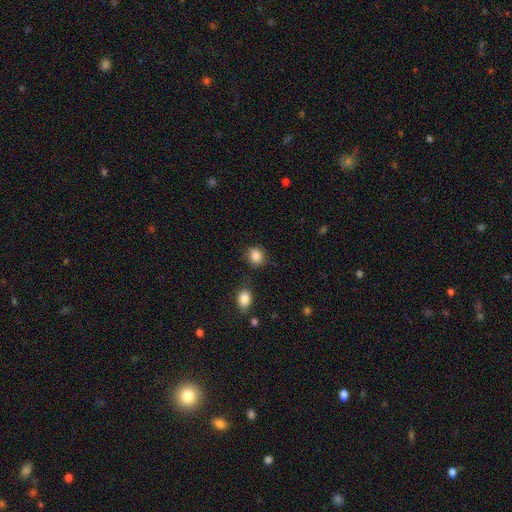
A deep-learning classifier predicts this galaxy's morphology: This appears to be a smooth galaxy with no disk features (87%) that is round (75%). Merging: none (76%).